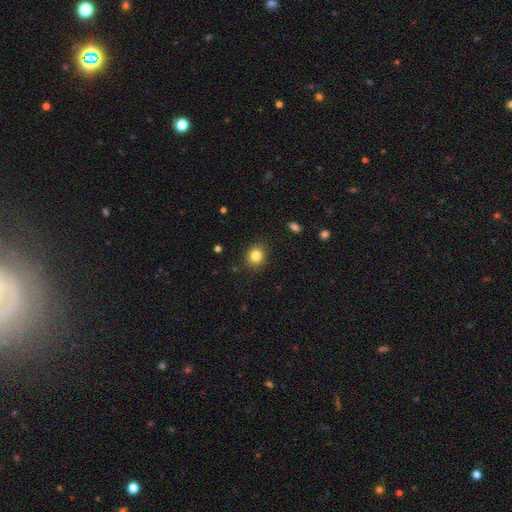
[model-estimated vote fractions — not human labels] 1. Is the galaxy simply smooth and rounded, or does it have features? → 83% smooth, 11% star or artifact, 6% featured or disk.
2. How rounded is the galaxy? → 72% round, 27% in between, 1% cigar-shaped.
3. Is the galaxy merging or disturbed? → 87% none, 9% minor disturbance, 3% major disturbance, 1% merger.